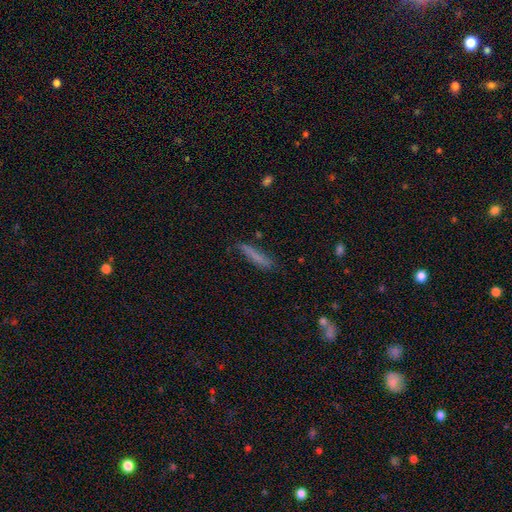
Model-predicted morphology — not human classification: Smooth or featured? Predicted: smooth (p=0.71). How rounded? Predicted: cigar-shaped (p=0.89). Merging? Predicted: none (p=0.71).